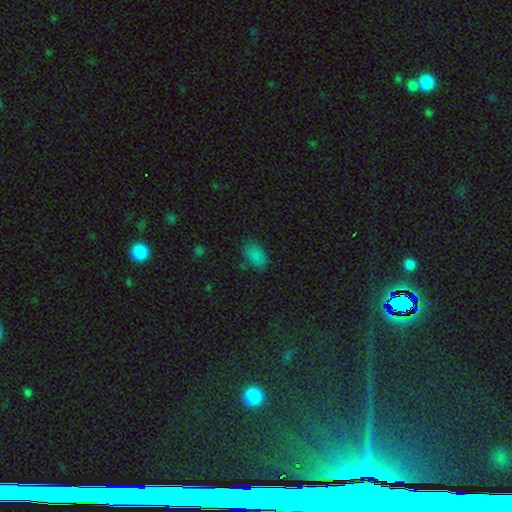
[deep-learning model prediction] smooth 82%, star or artifact 13%, featured or disk 5%. Down the decision tree: how rounded — in between (91%); merging — none (78%).